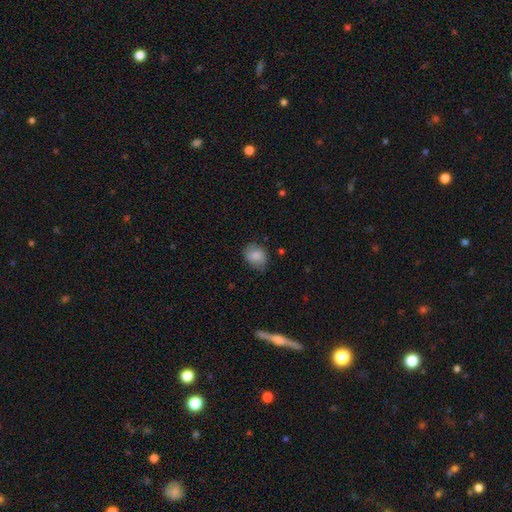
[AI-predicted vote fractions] Q: Smooth or featured?
A: smooth (80%); runner-up: featured or disk (12%)
Q: How rounded?
A: round (52%); runner-up: in between (47%)
Q: Merging?
A: none (67%); runner-up: minor disturbance (25%)